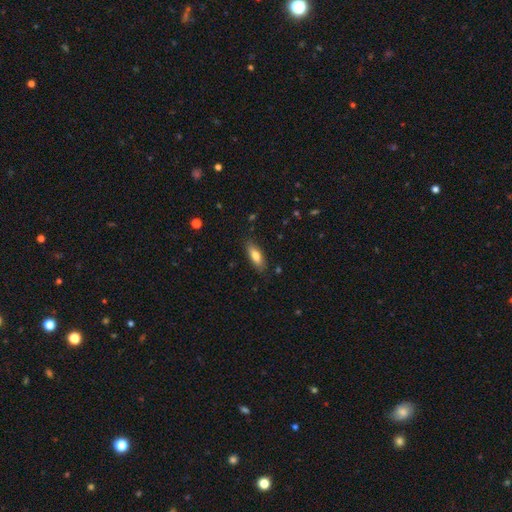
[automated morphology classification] Smooth or featured? Predicted: smooth (p=0.77). How rounded? Predicted: in between (p=0.68). Merging? Predicted: none (p=0.83).